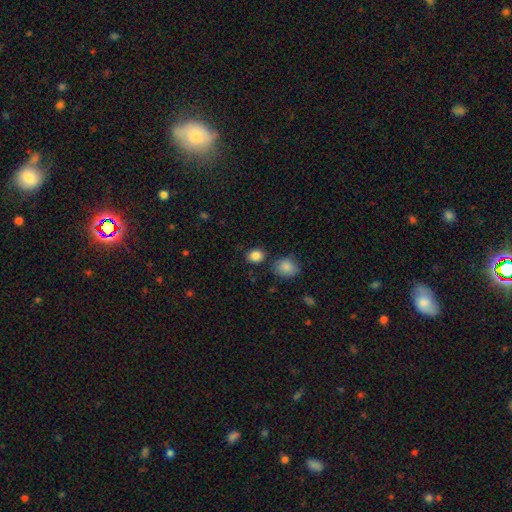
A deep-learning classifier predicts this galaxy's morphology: Smooth or featured?
  - smooth: 86% *
  - star or artifact: 10%
  - featured or disk: 4%
How rounded?
  - round: 60% *
  - in between: 39%
  - cigar-shaped: 1%
Merging?
  - none: 78% *
  - minor disturbance: 12%
  - merger: 7%
  - major disturbance: 3%